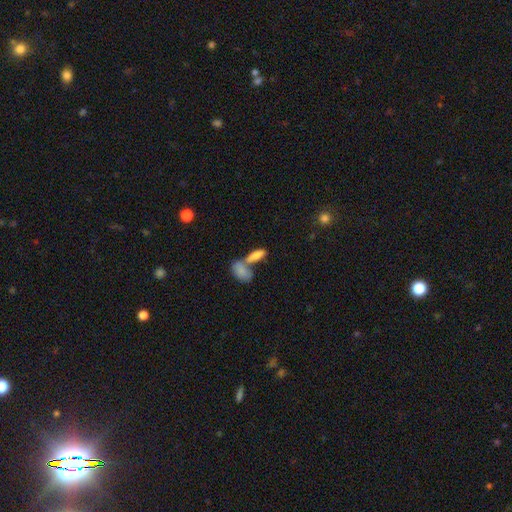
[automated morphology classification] Overall: smooth (78%). How rounded: in between (78%). Merging: merger (52%; none 34%).